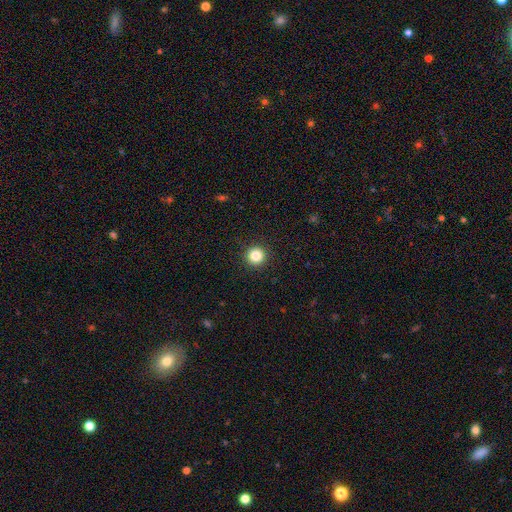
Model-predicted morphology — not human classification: Smooth or featured? Predicted: smooth (p=0.84). How rounded? Predicted: round (p=0.95). Merging? Predicted: none (p=0.93).